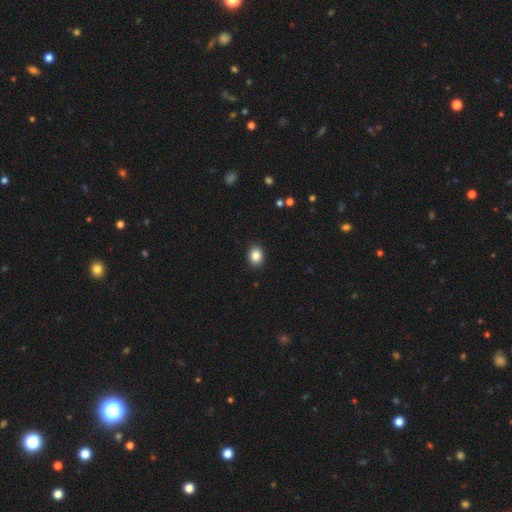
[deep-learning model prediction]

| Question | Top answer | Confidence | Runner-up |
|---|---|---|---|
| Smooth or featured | smooth | 86% | star or artifact (9%) |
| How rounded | in between | 55% | round (44%) |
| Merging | none | 91% | minor disturbance (7%) |